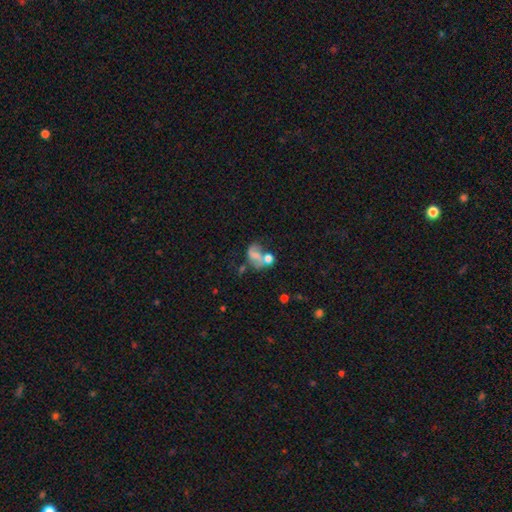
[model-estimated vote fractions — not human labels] This is marginally a smooth galaxy (44%). Merging: marginally merger (37%).